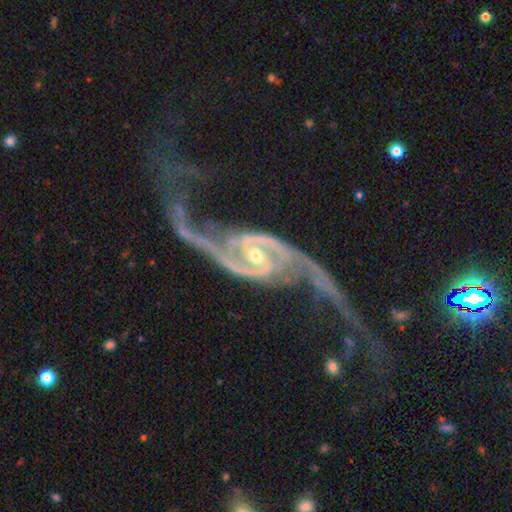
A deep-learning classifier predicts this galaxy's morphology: Smooth or featured? featured or disk (94%)
Edge-on disk? no (96%)
Bar? weak (36%)
Spiral arms? yes (98%)
Spiral winding? loose (68%)
Spiral arm count? 2 (93%)
Bulge size? small (51%)
Merging? none (47%)